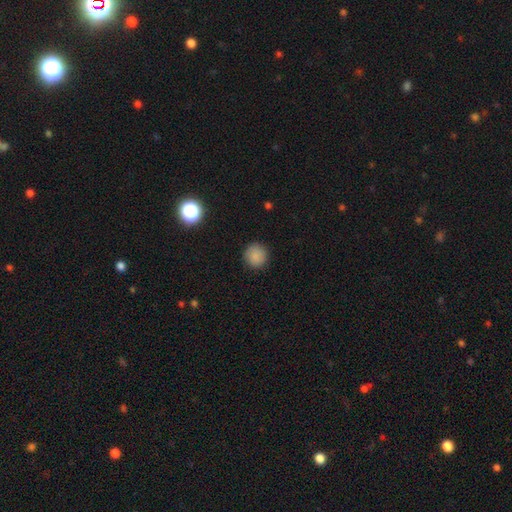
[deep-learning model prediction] Smooth or featured? smooth (86%)
How rounded? round (94%)
Merging? none (90%)